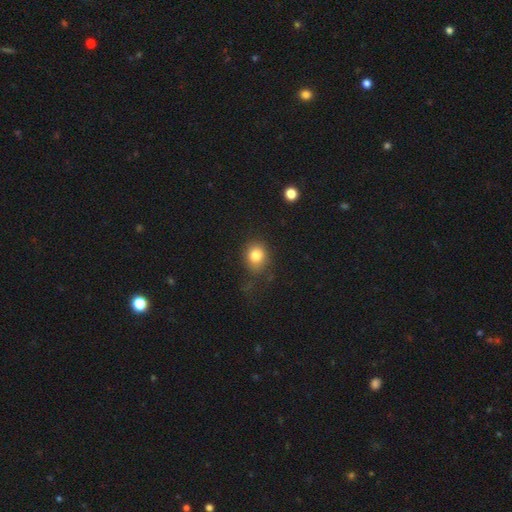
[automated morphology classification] A smooth galaxy with no disk features (81%) that is round (65%). Merging: none (72%).